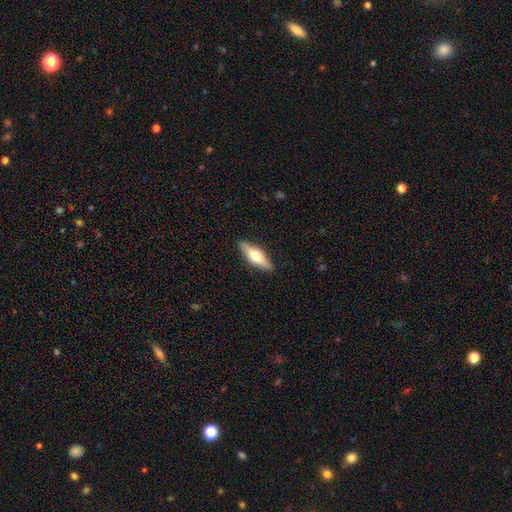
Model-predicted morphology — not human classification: Smooth or featured? Predicted: smooth (p=0.50). How rounded? Predicted: cigar-shaped (p=0.49). Merging? Predicted: none (p=0.89).